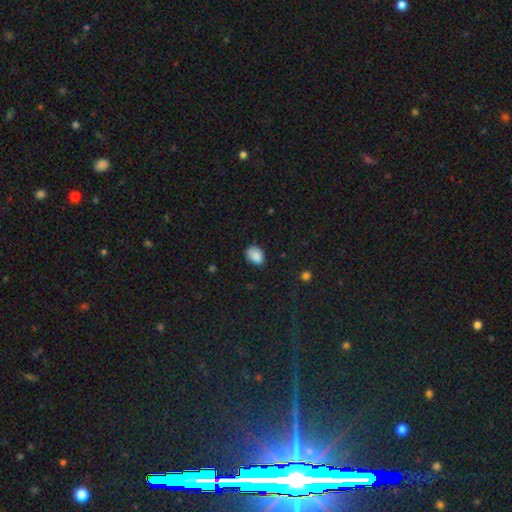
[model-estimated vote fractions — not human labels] smooth-or-featured: smooth: 87% | star or artifact: 8% | featured or disk: 5%
  how-rounded: in between: 76% | round: 23% | cigar-shaped: 1%
  merging: none: 71% | minor disturbance: 23% | major disturbance: 4% | merger: 1%